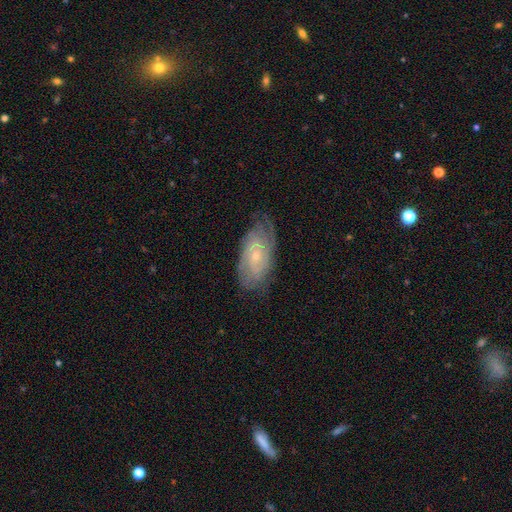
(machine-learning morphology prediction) Smooth or featured? Predicted: featured or disk (p=0.76). Edge-on disk? Predicted: no (p=0.93). Bar? Predicted: no (p=0.62). Spiral arms? Predicted: yes (p=0.92). Spiral winding? Predicted: tight (p=0.63). Spiral arm count? Predicted: can't tell (p=0.40). Bulge size? Predicted: small (p=0.68). Merging? Predicted: none (p=0.71).